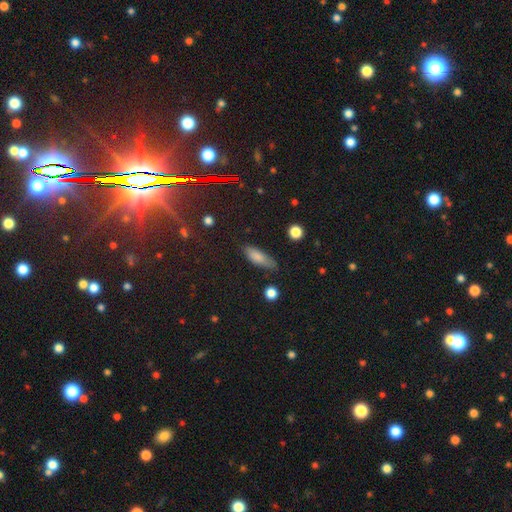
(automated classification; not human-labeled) The model was most divided on "how rounded": in between: 57%, cigar-shaped: 39%, round: 3%. More confident: smooth or featured — smooth (77%); merging — none (68%).